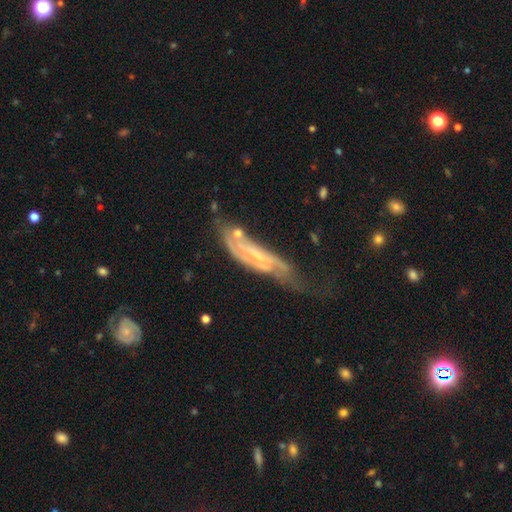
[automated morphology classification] This is likely a featured or disk galaxy (70%). It is likely not viewed edge-on (68%). Merging: marginally none (36%).